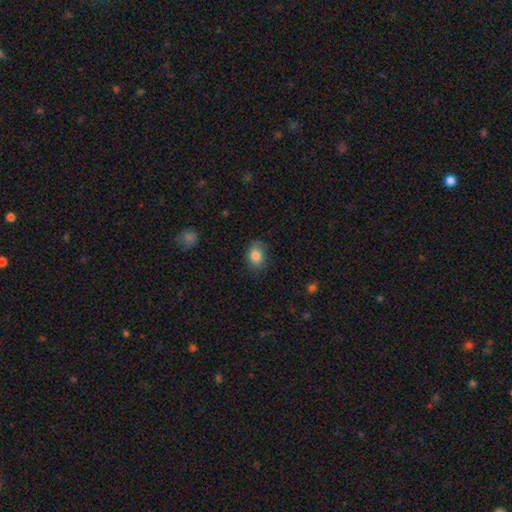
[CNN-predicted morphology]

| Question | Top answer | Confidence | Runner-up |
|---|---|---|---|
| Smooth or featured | smooth | 84% | star or artifact (9%) |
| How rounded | in between | 71% | round (28%) |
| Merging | none | 75% | minor disturbance (19%) |